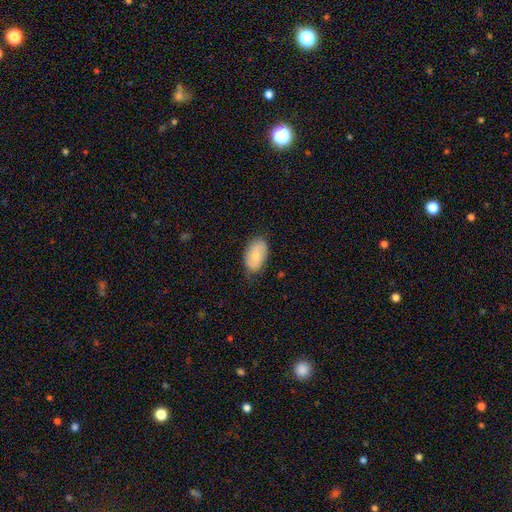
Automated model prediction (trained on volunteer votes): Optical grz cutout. It shows a smooth galaxy with no disk features (72%) that is in between round and cigar-shaped (94%). Merging: none (78%).